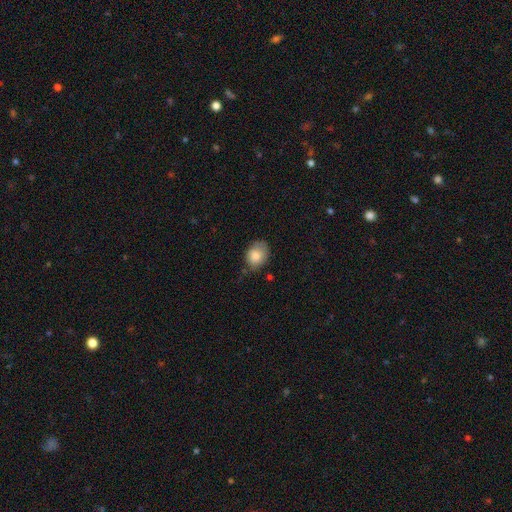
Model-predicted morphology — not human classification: Smooth or featured: smooth — 81% (featured or disk — 11%)
How rounded: in between — 56% (round — 43%)
Merging: none — 59% (minor disturbance — 31%)